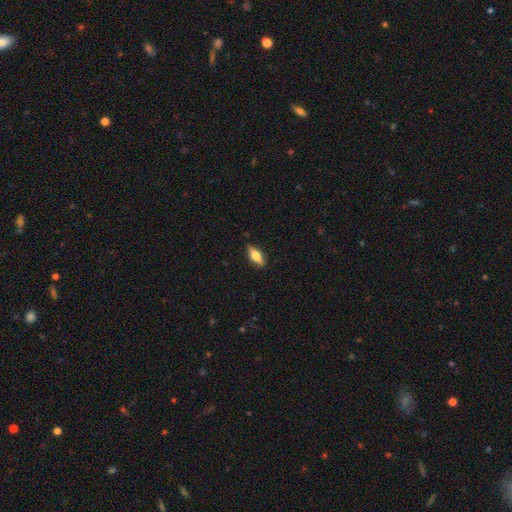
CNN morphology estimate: A smooth galaxy with no disk features (51%) that is in between round and cigar-shaped (64%).

Vote fractions:
- Smooth or featured? smooth: 51% / featured or disk: 42% / star or artifact: 7%
- How rounded? in between: 64% / cigar-shaped: 33% / round: 3%
- Merging? none: 86% / minor disturbance: 11% / major disturbance: 2% / merger: 1%